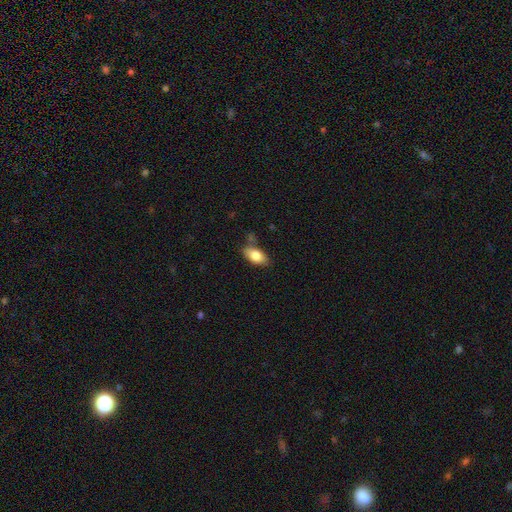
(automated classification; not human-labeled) The model was most divided on "merging": none: 66%, minor disturbance: 21%, merger: 7%, major disturbance: 5%. More confident: how rounded — in between (90%); smooth or featured — smooth (80%).